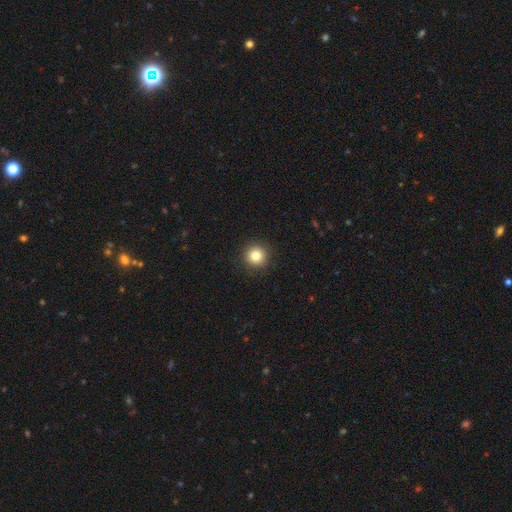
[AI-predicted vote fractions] Q: Smooth or featured?
A: smooth (83%); runner-up: star or artifact (11%)
Q: How rounded?
A: round (95%); runner-up: in between (4%)
Q: Merging?
A: none (92%); runner-up: minor disturbance (5%)